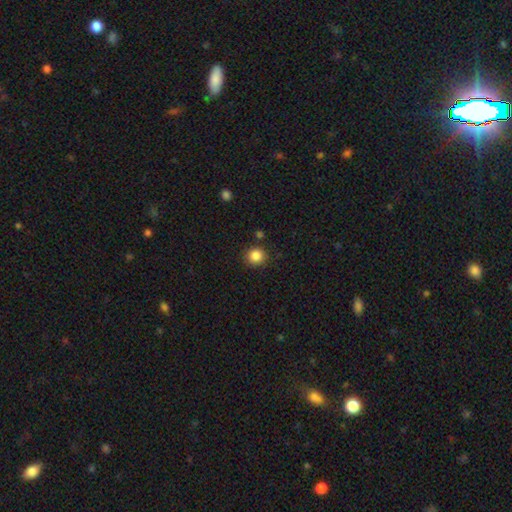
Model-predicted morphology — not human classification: Q: Smooth or featured?
A: smooth (86%); runner-up: star or artifact (11%)
Q: How rounded?
A: round (89%); runner-up: in between (10%)
Q: Merging?
A: none (87%); runner-up: minor disturbance (8%)